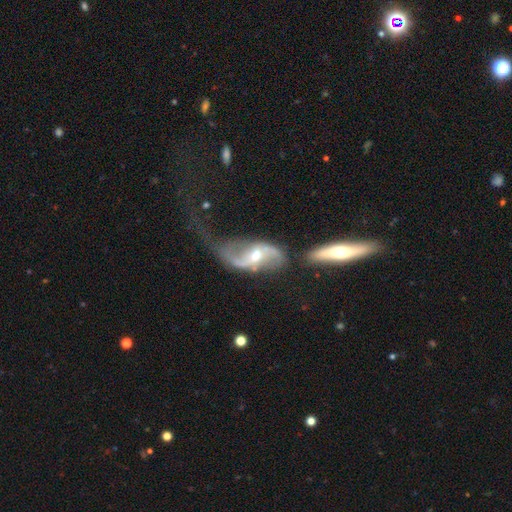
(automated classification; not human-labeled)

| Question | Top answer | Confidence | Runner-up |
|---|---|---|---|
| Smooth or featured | featured or disk | 84% | smooth (10%) |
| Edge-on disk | no | 94% | yes (6%) |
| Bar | weak | 44% | no (31%) |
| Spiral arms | yes | 91% | no (9%) |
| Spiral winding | loose | 78% | medium (17%) |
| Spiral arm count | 2 | 88% | can't tell (4%) |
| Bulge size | moderate | 55% | small (40%) |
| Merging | none | 34% | major disturbance (25%) |